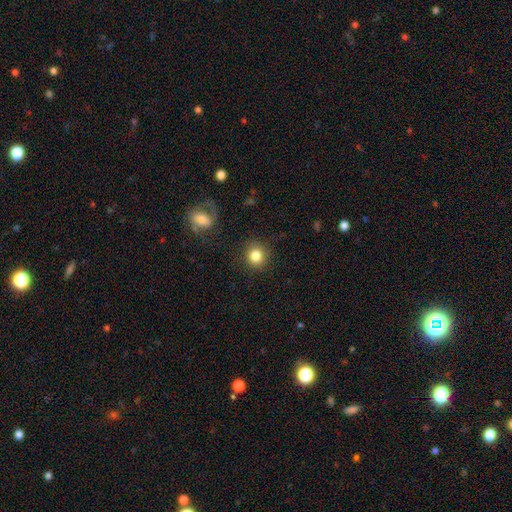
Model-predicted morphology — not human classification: smooth-or-featured: smooth: 84% | star or artifact: 10% | featured or disk: 6%
  how-rounded: round: 89% | in between: 10% | cigar-shaped: 1%
  merging: none: 88% | minor disturbance: 8% | major disturbance: 3% | merger: 2%